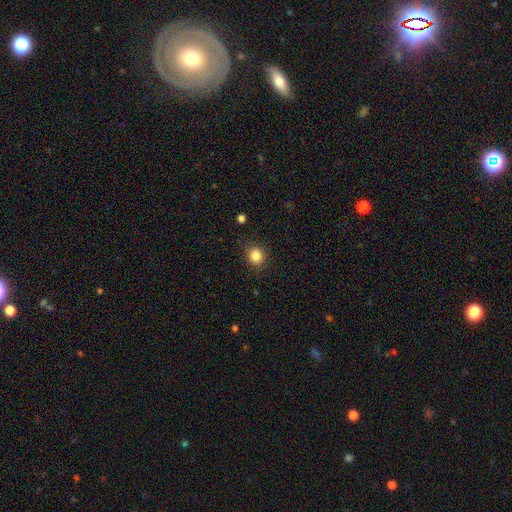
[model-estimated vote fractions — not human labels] The model was most divided on "how rounded": round: 86%, in between: 14%, cigar-shaped: 1%. More confident: merging — none (88%); smooth or featured — smooth (85%).